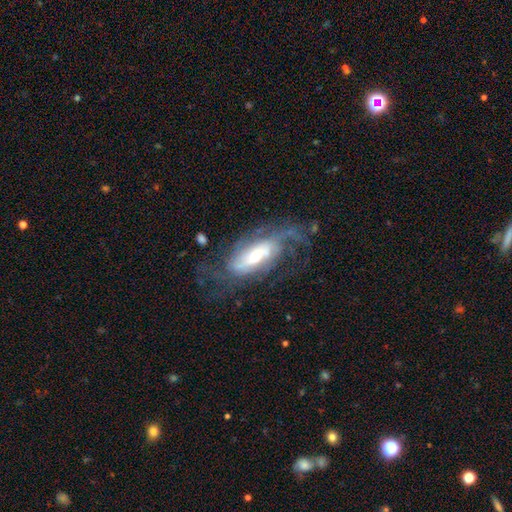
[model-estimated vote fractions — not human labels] smooth-or-featured: featured or disk: 78% | smooth: 16% | star or artifact: 6%
  disk-edge-on: no: 88% | yes: 12%
    bar: no: 38% | weak: 34% | strong: 28%
    has-spiral-arms: yes: 87% | no: 13%
      spiral-winding: medium: 39% | loose: 31% | tight: 30%
      spiral-arm-count: 2: 42% | can't tell: 31% | 3: 10% | 1: 9% | 4: 5% | more than 4: 3%
    bulge-size: moderate: 55% | small: 28% | large: 14% | dominant: 2% | none: 2%
  merging: none: 50% | major disturbance: 27% | minor disturbance: 20% | merger: 3%